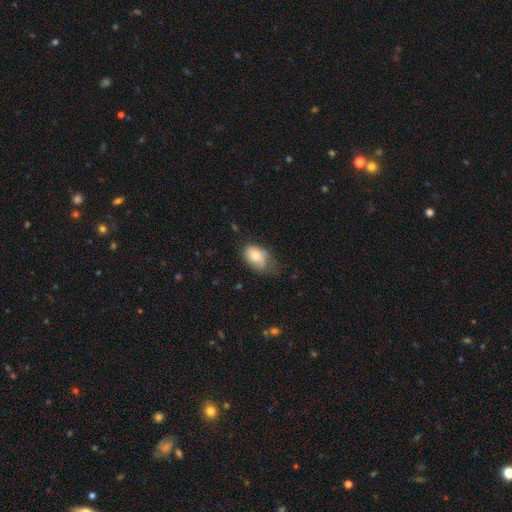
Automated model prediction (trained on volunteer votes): Morphology: type=smooth (73%); roundness=in between (86%); merging=minor disturbance (41%).